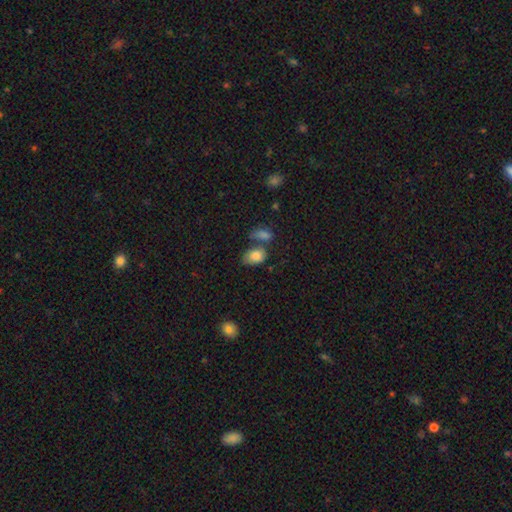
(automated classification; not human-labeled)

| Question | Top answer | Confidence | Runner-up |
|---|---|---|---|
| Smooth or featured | smooth | 82% | featured or disk (10%) |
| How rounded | in between | 83% | round (16%) |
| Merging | none | 44% | merger (30%) |